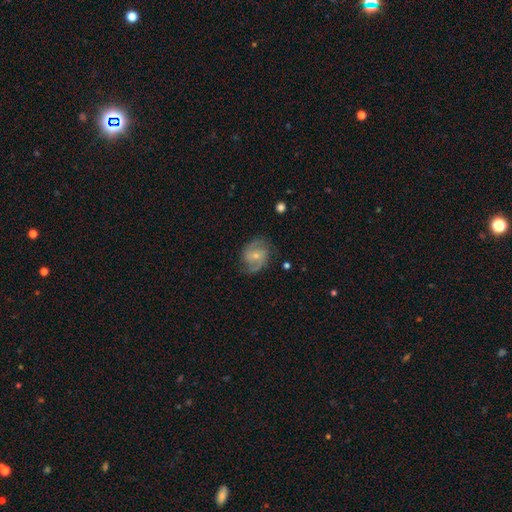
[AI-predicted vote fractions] Overall: featured or disk (77%). Edge-on disk: no (97%). Bar: no (56%; weak 36%). Spiral arms: yes (93%). Spiral arm count: 2 (85%). Spiral winding: medium (51%; tight 24%). Bulge size: small (61%; moderate 34%). Merging: none (74%).